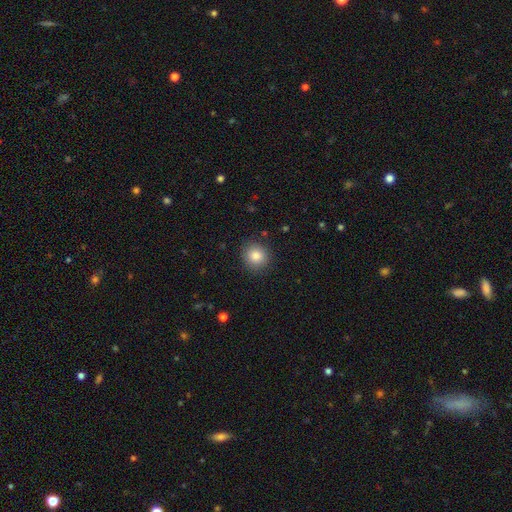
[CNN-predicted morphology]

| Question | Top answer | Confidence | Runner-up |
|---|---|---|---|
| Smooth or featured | smooth | 85% | star or artifact (10%) |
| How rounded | round | 89% | in between (10%) |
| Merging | none | 88% | minor disturbance (8%) |